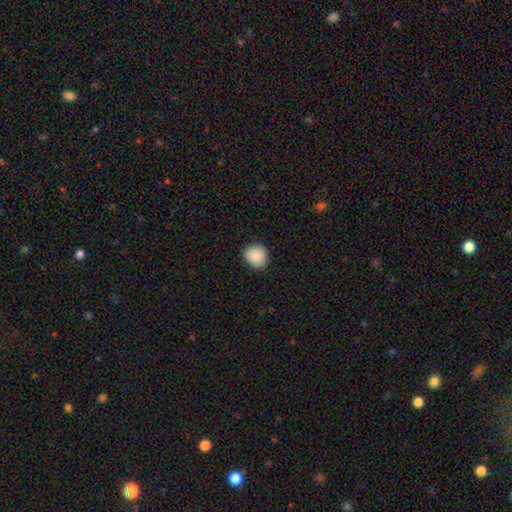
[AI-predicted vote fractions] A smooth galaxy with no disk features (88%) that is round (73%). Merging: none (81%).